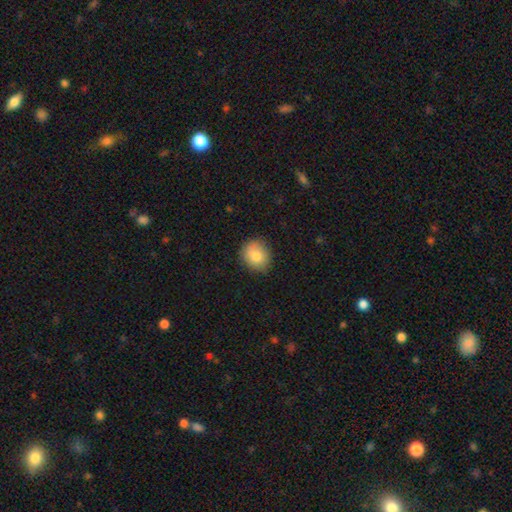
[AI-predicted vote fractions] smooth-or-featured: smooth: 81% | featured or disk: 10% | star or artifact: 8%
  how-rounded: round: 75% | in between: 24% | cigar-shaped: 1%
  merging: none: 82% | minor disturbance: 14% | major disturbance: 3% | merger: 1%